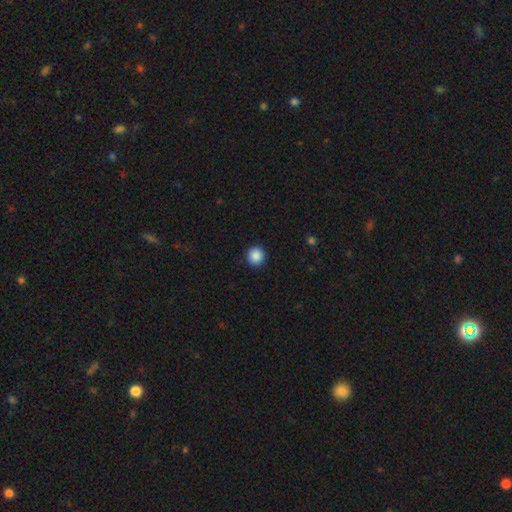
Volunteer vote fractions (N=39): Smooth or featured?
  - smooth: 95% *
  - star or artifact: 5%
  - featured or disk: 0%
How rounded?
  - round: 97% *
  - in between: 3%
  - cigar-shaped: 0%
Merging?
  - none: 89% *
  - minor disturbance: 5%
  - major disturbance: 5%
  - merger: 0%